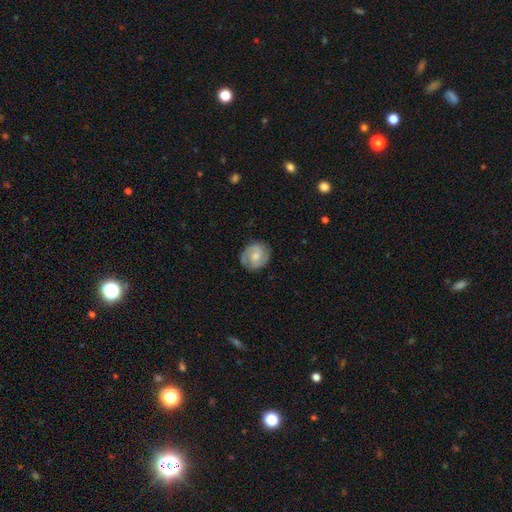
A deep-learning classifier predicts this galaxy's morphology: Smooth or featured? Predicted: featured or disk (p=0.60). Edge-on disk? Predicted: no (p=0.97). Bar? Predicted: no (p=0.48). Spiral arms? Predicted: yes (p=0.89). Spiral winding? Predicted: medium (p=0.46). Spiral arm count? Predicted: 2 (p=0.80). Bulge size? Predicted: moderate (p=0.54). Merging? Predicted: none (p=0.81).